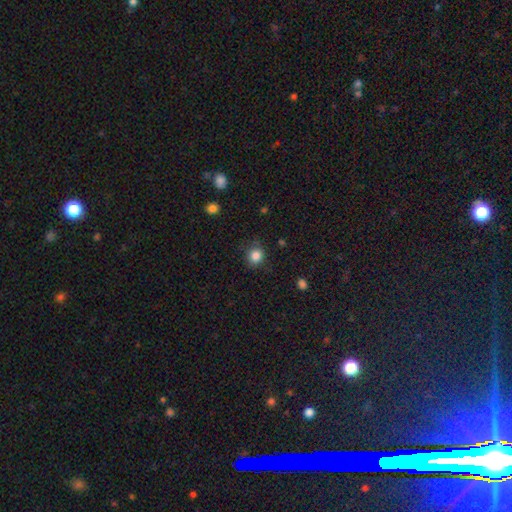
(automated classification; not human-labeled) Smooth or featured?
  - smooth: 85% *
  - star or artifact: 11%
  - featured or disk: 4%
How rounded?
  - round: 85% *
  - in between: 15%
  - cigar-shaped: 1%
Merging?
  - none: 78% *
  - minor disturbance: 16%
  - major disturbance: 5%
  - merger: 1%